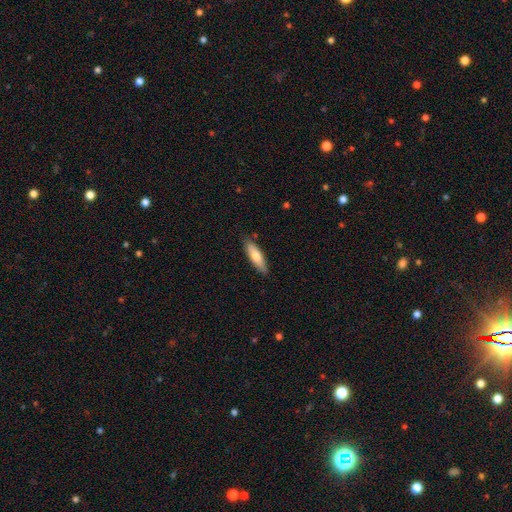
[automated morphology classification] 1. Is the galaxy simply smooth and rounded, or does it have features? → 71% smooth, 24% featured or disk, 6% star or artifact.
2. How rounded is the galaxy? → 57% cigar-shaped, 41% in between, 2% round.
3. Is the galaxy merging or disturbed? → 84% none, 12% minor disturbance, 2% major disturbance, 2% merger.